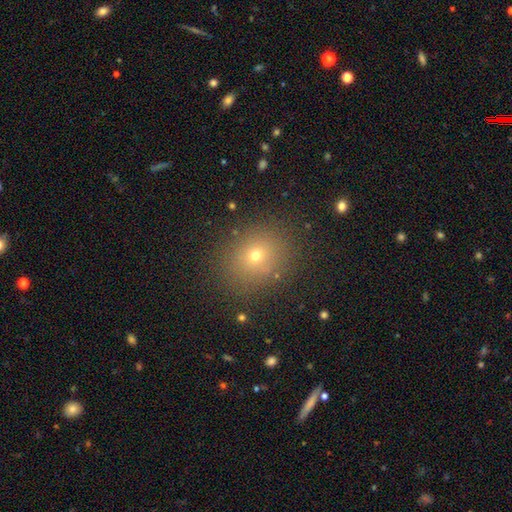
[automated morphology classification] This is likely a smooth galaxy (67%). How rounded: likely round (74%). Merging: clearly none (85%).